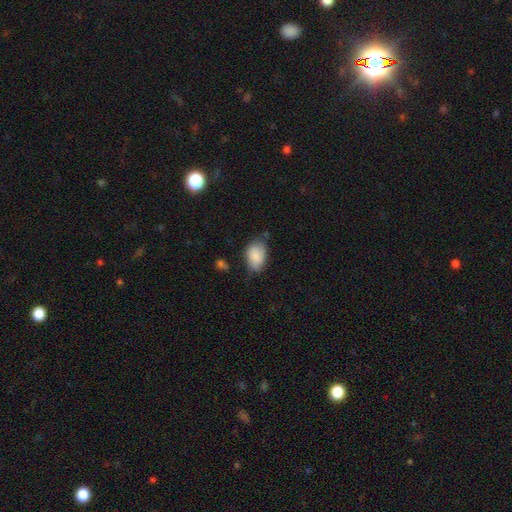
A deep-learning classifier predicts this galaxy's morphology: Smooth or featured?
  - smooth: 85% *
  - featured or disk: 8%
  - star or artifact: 7%
How rounded?
  - in between: 88% *
  - round: 11%
  - cigar-shaped: 1%
Merging?
  - none: 58% *
  - minor disturbance: 32%
  - major disturbance: 7%
  - merger: 4%